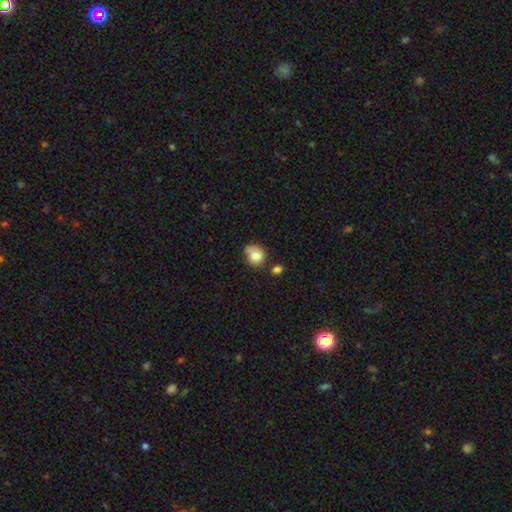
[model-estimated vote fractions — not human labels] The model was most divided on "merging": none: 40%, minor disturbance: 29%, merger: 17%, major disturbance: 13%. More confident: smooth or featured — smooth (78%); how rounded — round (59%).